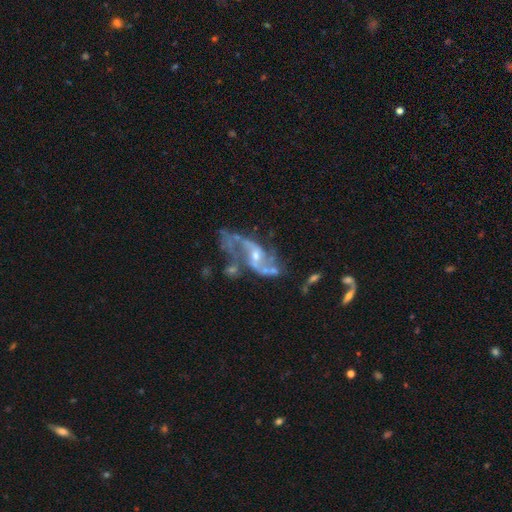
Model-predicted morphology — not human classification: featured or disk 86%, star or artifact 8%, smooth 5%. Down the decision tree: edge-on disk — no (95%); bar — no (42%, tied with weak); spiral arms — yes (92%); spiral arm count — 2 (83%); spiral winding — loose (65%); bulge size — small (57%); merging — none (44%).